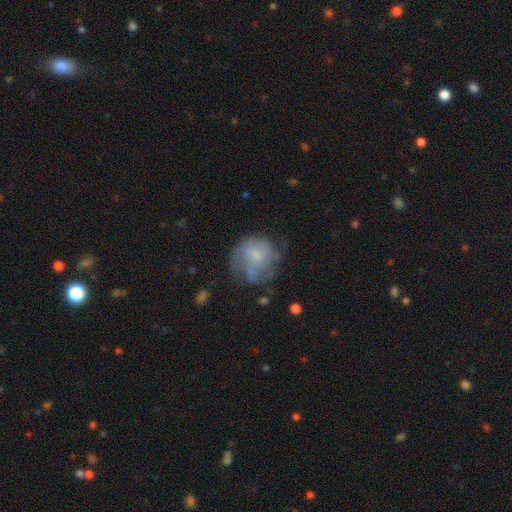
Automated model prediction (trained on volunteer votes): Q: Smooth or featured?
A: smooth (53%); runner-up: featured or disk (38%)
Q: How rounded?
A: round (78%); runner-up: in between (21%)
Q: Merging?
A: none (48%); runner-up: minor disturbance (27%)